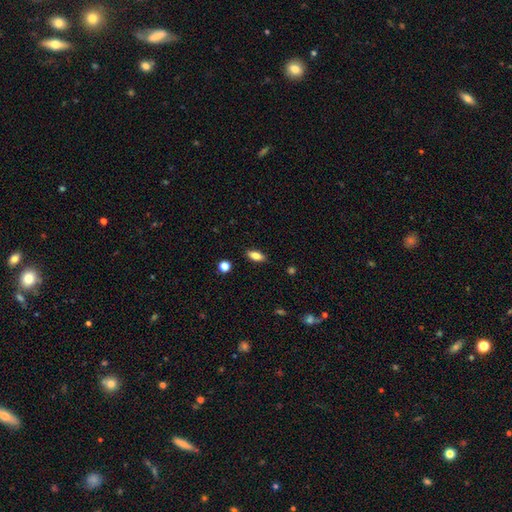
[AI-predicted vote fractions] Smooth or featured? smooth (77%)
How rounded? in between (81%)
Merging? none (88%)